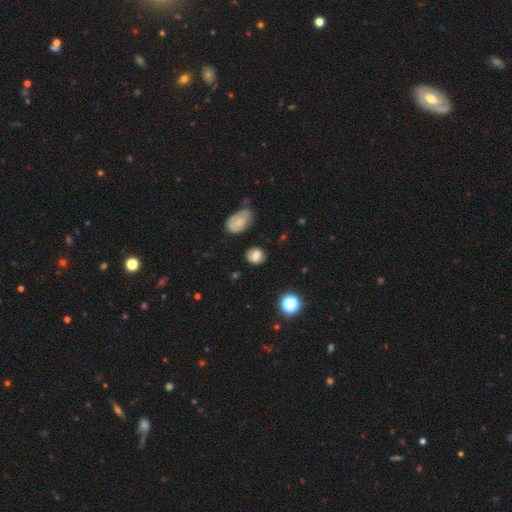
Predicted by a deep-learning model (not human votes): smooth-or-featured: smooth: 72% | featured or disk: 15% | star or artifact: 13%
  how-rounded: round: 53% | in between: 45% | cigar-shaped: 2%
  merging: none: 74% | minor disturbance: 17% | major disturbance: 5% | merger: 4%